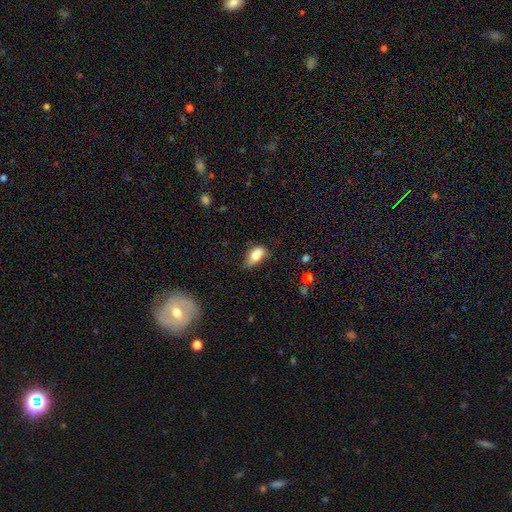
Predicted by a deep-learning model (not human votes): Smooth or featured? Predicted: smooth (p=0.73). How rounded? Predicted: in between (p=0.88). Merging? Predicted: none (p=0.39).